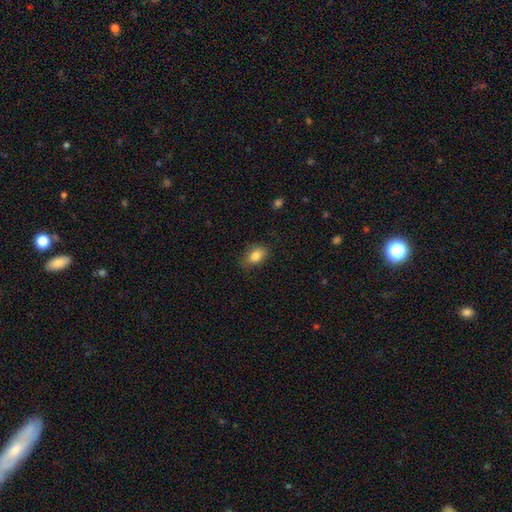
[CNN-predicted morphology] Smooth or featured?
  - smooth: 85% *
  - star or artifact: 8%
  - featured or disk: 7%
How rounded?
  - in between: 83% *
  - round: 15%
  - cigar-shaped: 2%
Merging?
  - none: 76% *
  - minor disturbance: 18%
  - major disturbance: 5%
  - merger: 1%